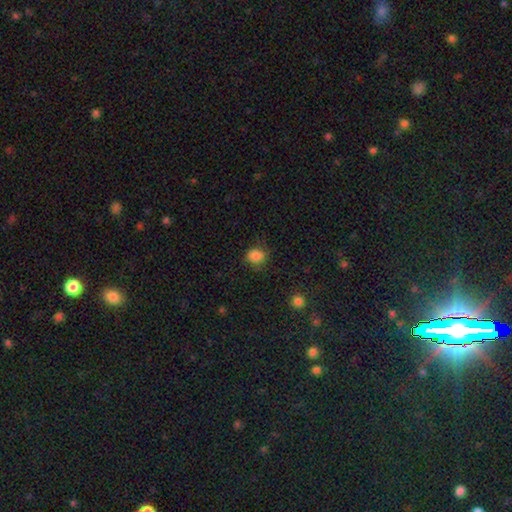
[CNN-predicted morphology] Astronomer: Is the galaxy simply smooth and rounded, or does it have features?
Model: smooth — 85%.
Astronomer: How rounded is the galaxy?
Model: round — 74%.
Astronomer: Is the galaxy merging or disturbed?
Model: none — 77%.